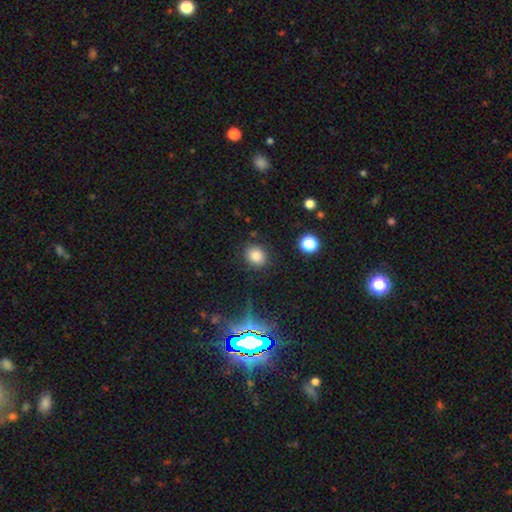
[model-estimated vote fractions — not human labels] A smooth galaxy with no disk features (82%) that is round (67%). Merging: none (84%).